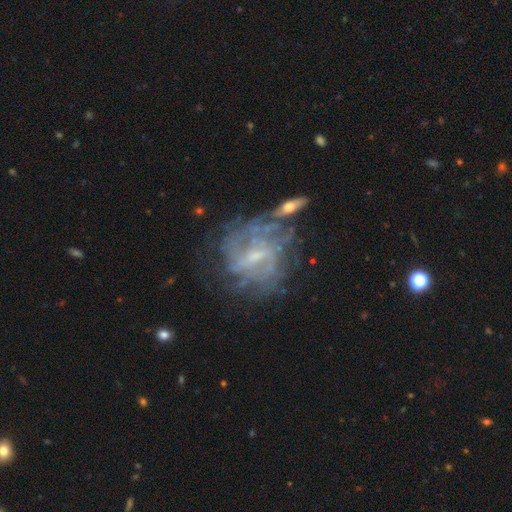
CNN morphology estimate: smooth-or-featured: featured or disk: 77% | smooth: 12% | star or artifact: 11%
  disk-edge-on: no: 96% | yes: 4%
    bar: weak: 56% | no: 26% | strong: 18%
    has-spiral-arms: yes: 73% | no: 27%
      spiral-winding: tight: 44% | medium: 37% | loose: 20%
      spiral-arm-count: can't tell: 55% | 2: 16% | 3: 11% | 4: 8% | 1: 5% | more than 4: 5%
    bulge-size: small: 55% | moderate: 27% | none: 16% | large: 2% | dominant: 1%
  merging: none: 51% | major disturbance: 19% | minor disturbance: 18% | merger: 12%